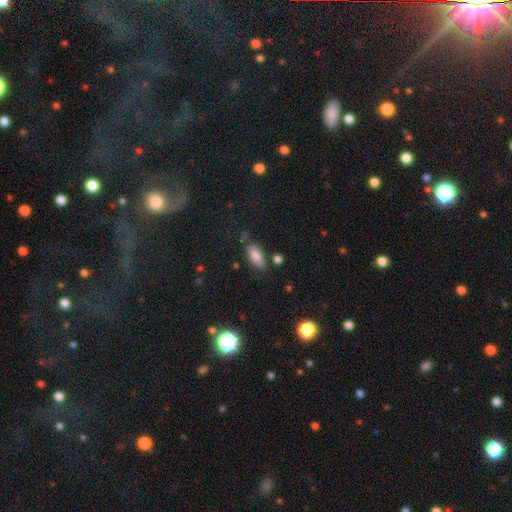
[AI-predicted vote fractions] smooth-or-featured: smooth: 81% | featured or disk: 10% | star or artifact: 9%
  how-rounded: in between: 83% | cigar-shaped: 14% | round: 3%
  merging: none: 70% | minor disturbance: 19% | major disturbance: 5% | merger: 5%